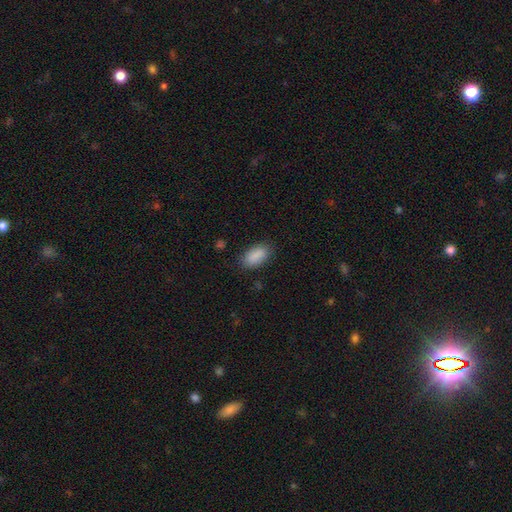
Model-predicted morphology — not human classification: Smooth or featured?
  - smooth: 89% *
  - star or artifact: 7%
  - featured or disk: 4%
How rounded?
  - in between: 92% *
  - cigar-shaped: 4%
  - round: 3%
Merging?
  - none: 84% *
  - minor disturbance: 12%
  - major disturbance: 3%
  - merger: 1%